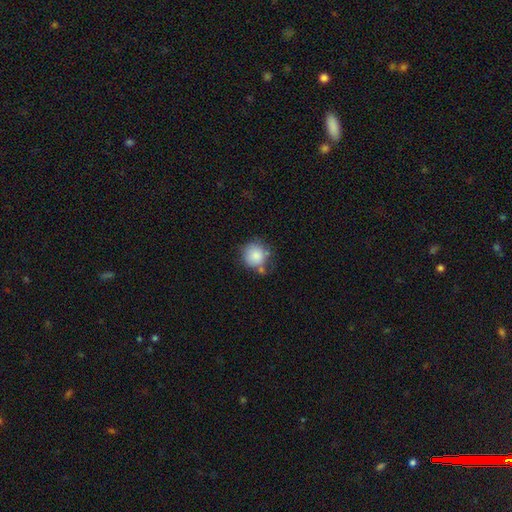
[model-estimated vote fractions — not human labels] This appears to be a smooth galaxy with no disk features (84%) that is round (91%). Merging: none (60%).